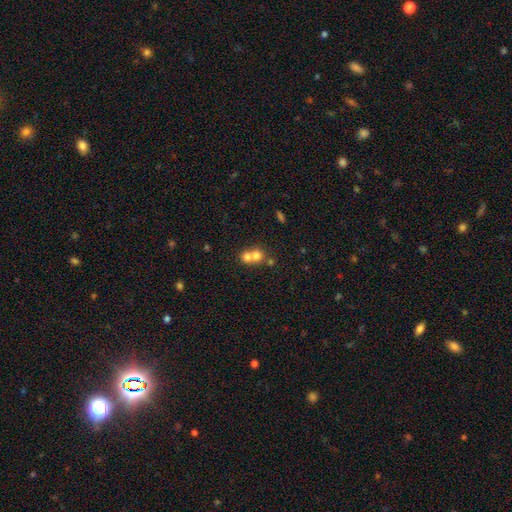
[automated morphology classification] This is likely a smooth galaxy (70%). How rounded: clearly round (80%). Merging: likely merger (66%).